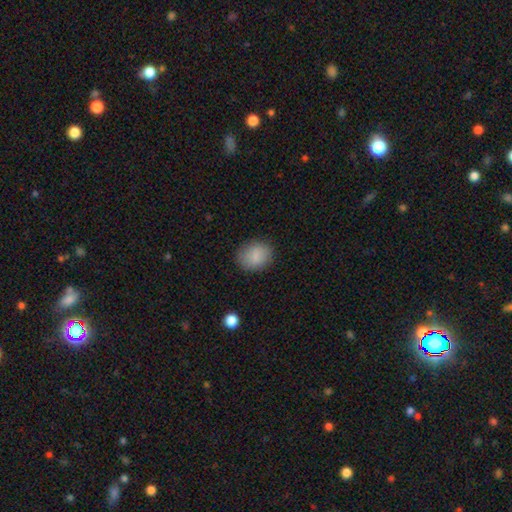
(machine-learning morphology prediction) Smooth or featured? Predicted: smooth (p=0.85). How rounded? Predicted: round (p=0.51). Merging? Predicted: none (p=0.84).